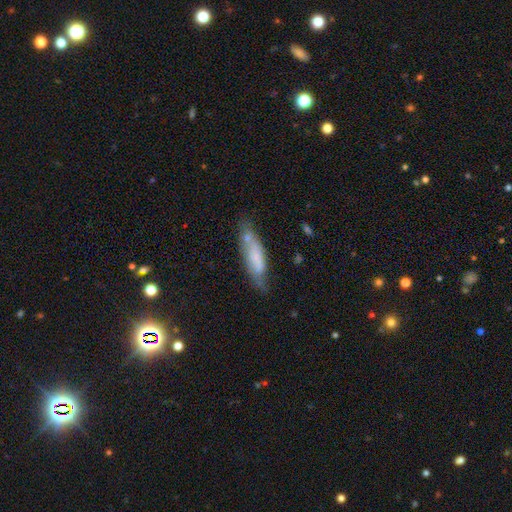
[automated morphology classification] smooth 61%, featured or disk 31%, star or artifact 8%. Down the decision tree: how rounded — cigar-shaped (62%); merging — none (56%).